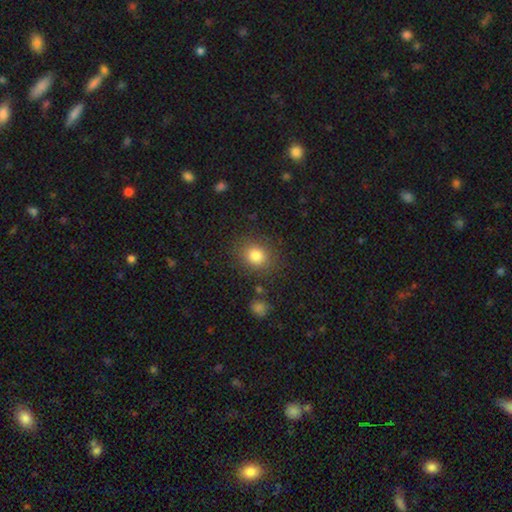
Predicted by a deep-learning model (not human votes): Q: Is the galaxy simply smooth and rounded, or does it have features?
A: smooth — 82%.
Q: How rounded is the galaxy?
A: round — 67%.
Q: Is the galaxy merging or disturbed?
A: none — 83%.